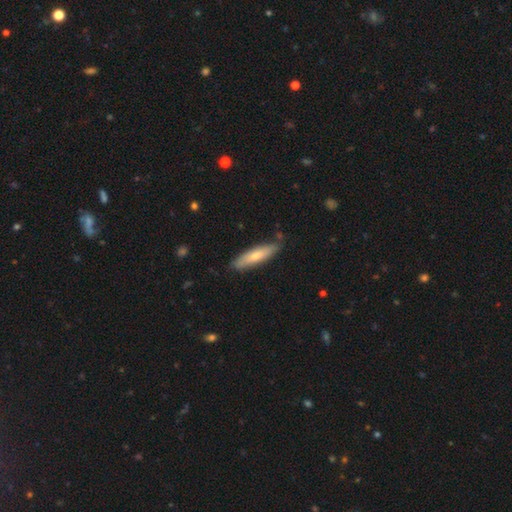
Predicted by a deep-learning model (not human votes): Q: Smooth or featured?
A: smooth (67%); runner-up: featured or disk (28%)
Q: How rounded?
A: cigar-shaped (74%); runner-up: in between (25%)
Q: Merging?
A: none (79%); runner-up: minor disturbance (16%)